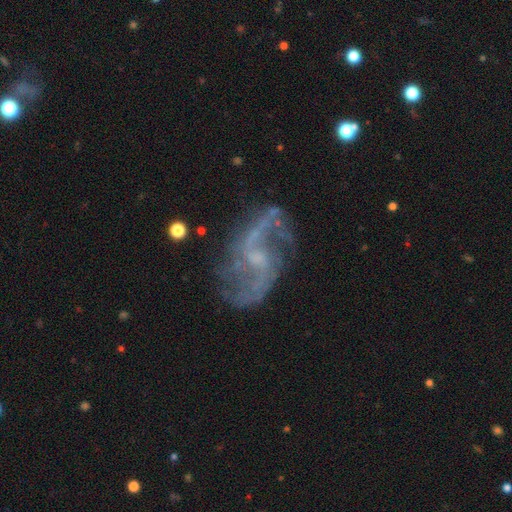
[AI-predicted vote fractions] smooth-or-featured: featured or disk: 89% | star or artifact: 7% | smooth: 5%
  disk-edge-on: no: 97% | yes: 3%
    bar: weak: 54% | no: 33% | strong: 13%
    has-spiral-arms: yes: 96% | no: 4%
      spiral-winding: loose: 64% | medium: 29% | tight: 7%
      spiral-arm-count: 2: 86% | can't tell: 5% | 3: 3% | 1: 2% | 4: 2% | more than 4: 2%
    bulge-size: small: 57% | none: 22% | moderate: 19% | large: 1% | dominant: 1%
  merging: none: 71% | minor disturbance: 16% | major disturbance: 10% | merger: 3%